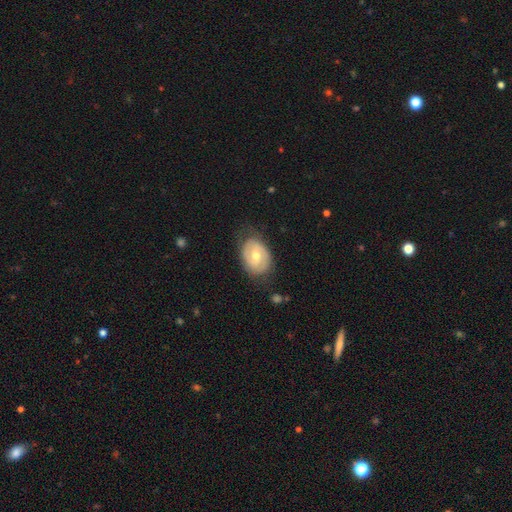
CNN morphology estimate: Smooth or featured?
  - featured or disk: 60% *
  - smooth: 34%
  - star or artifact: 6%
Edge-on disk?
  - no: 95% *
  - yes: 5%
Bar?
  - no: 53% *
  - weak: 36%
  - strong: 11%
Spiral arms?
  - yes: 58% *
  - no: 42%
Bulge size?
  - moderate: 70% *
  - small: 25%
  - large: 3%
  - none: 1%
  - dominant: 1%
Merging?
  - none: 71% *
  - minor disturbance: 20%
  - major disturbance: 7%
  - merger: 1%